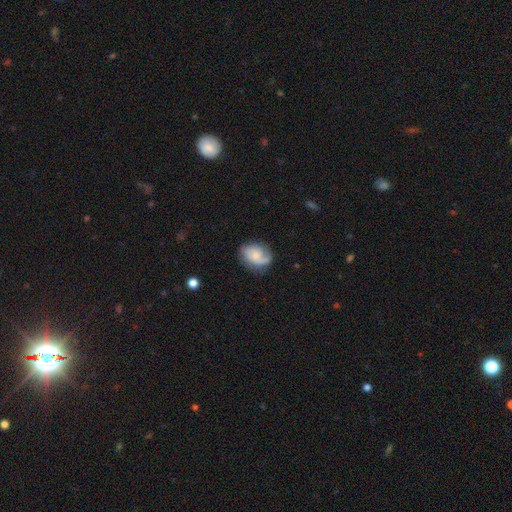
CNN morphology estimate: Q: Smooth or featured?
A: featured or disk (53%); runner-up: smooth (40%)
Q: Edge-on disk?
A: no (97%); runner-up: yes (3%)
Q: Bar?
A: no (71%); runner-up: weak (26%)
Q: Spiral arms?
A: yes (88%); runner-up: no (12%)
Q: Bulge size?
A: small (48%); runner-up: moderate (29%)
Q: Merging?
A: none (64%); runner-up: minor disturbance (22%)